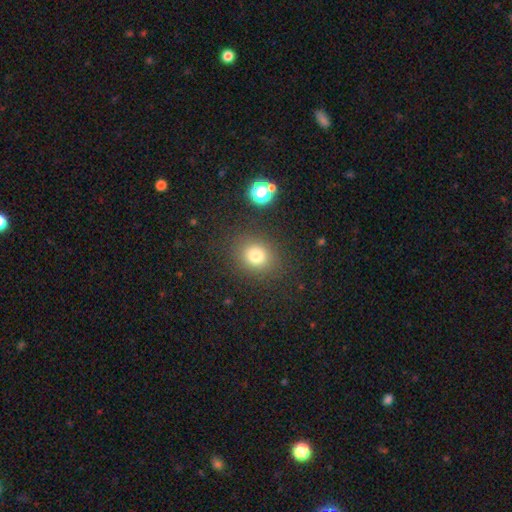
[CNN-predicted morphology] The model was most divided on "how rounded": round: 73%, in between: 26%, cigar-shaped: 1%. More confident: merging — none (85%); smooth or featured — smooth (78%).